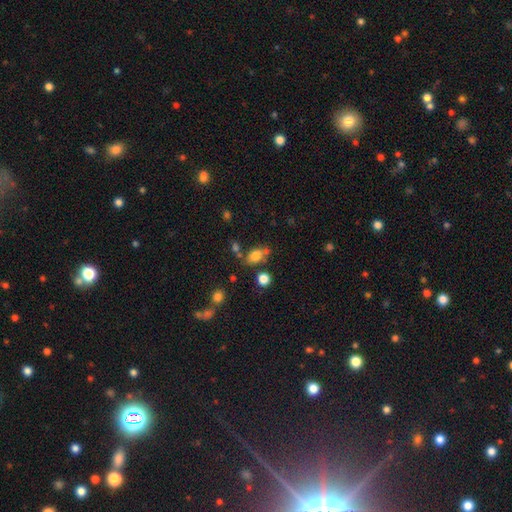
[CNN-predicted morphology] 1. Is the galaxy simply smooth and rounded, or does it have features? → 77% smooth, 12% star or artifact, 11% featured or disk.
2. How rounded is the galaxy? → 76% in between, 21% round, 3% cigar-shaped.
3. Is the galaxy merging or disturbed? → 62% none, 16% minor disturbance, 15% merger, 6% major disturbance.